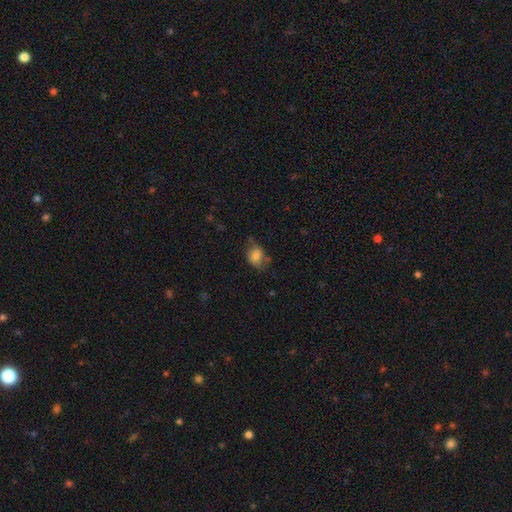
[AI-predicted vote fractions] Overall: smooth (78%). How rounded: in between (65%; round 34%). Merging: none (58%; minor disturbance 29%).